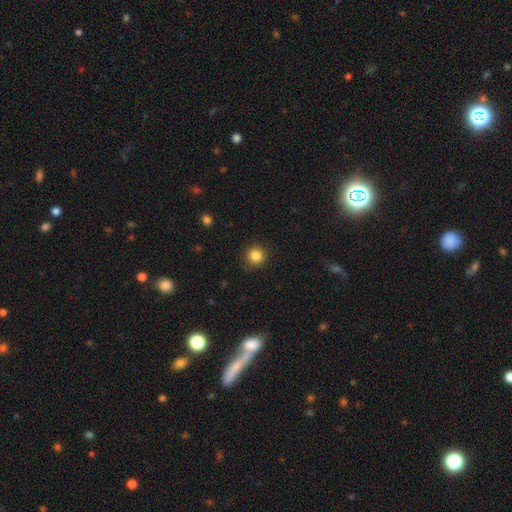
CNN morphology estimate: Overall: smooth (84%). How rounded: round (94%). Merging: none (89%).